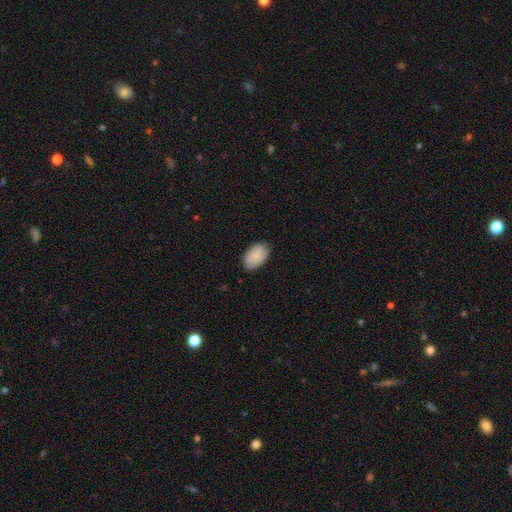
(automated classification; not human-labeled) Smooth or featured? smooth (88%)
How rounded? in between (94%)
Merging? none (85%)